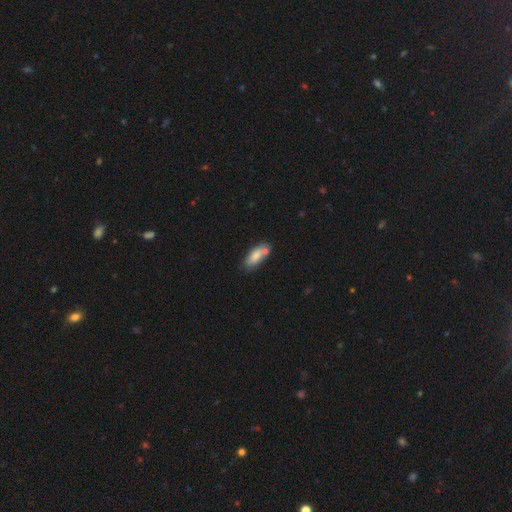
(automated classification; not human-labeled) Smooth or featured? smooth (76%)
How rounded? in between (78%)
Merging? none (56%)